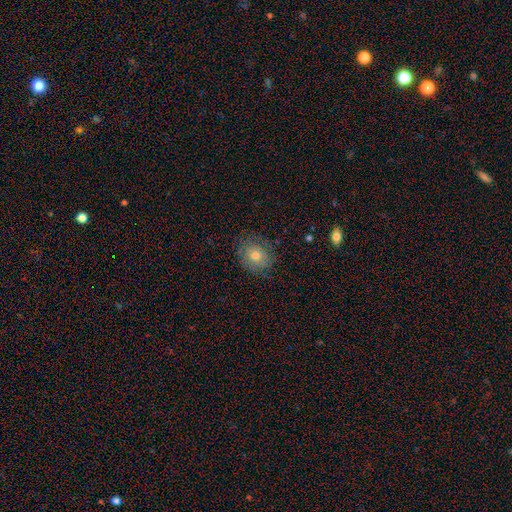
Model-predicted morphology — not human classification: This is likely a smooth galaxy (67%). How rounded: likely round (73%). Merging: clearly none (81%).